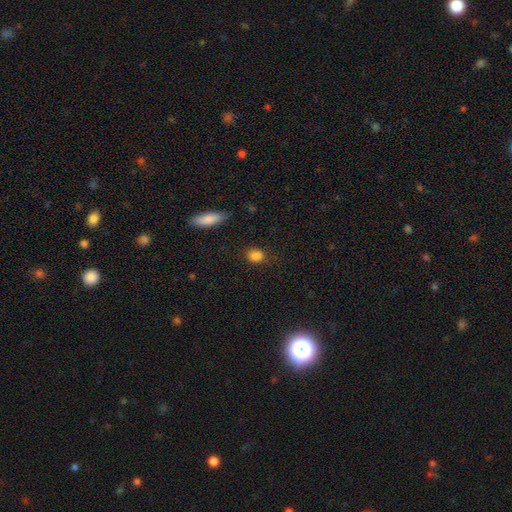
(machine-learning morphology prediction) This appears to be a smooth galaxy with no disk features (83%) that is in between round and cigar-shaped (55%). Merging: none (75%).